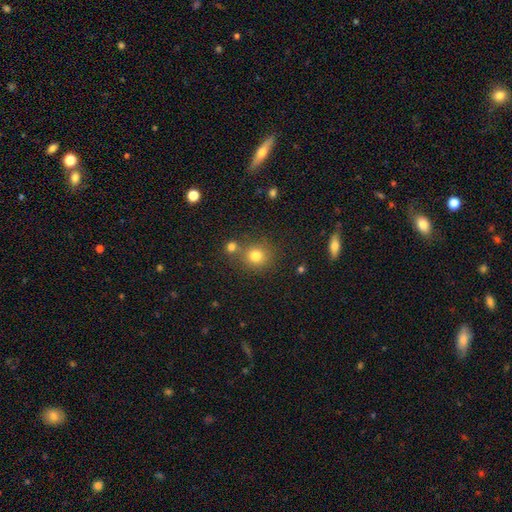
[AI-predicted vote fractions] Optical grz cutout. It shows a smooth galaxy with no disk features (78%) that is round (88%). Merging: none (69%).